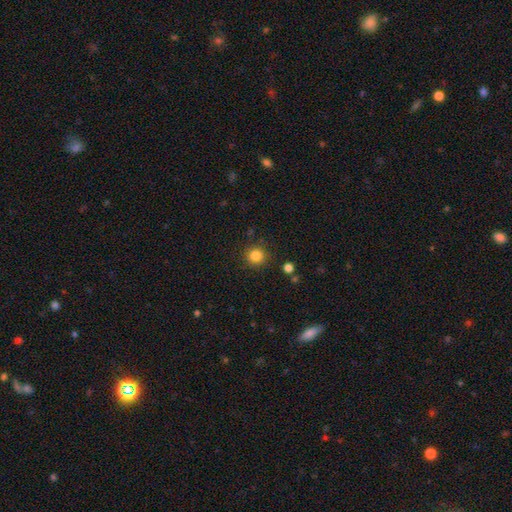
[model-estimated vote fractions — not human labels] A smooth galaxy with no disk features (83%) that is round (94%). Merging: none (90%).